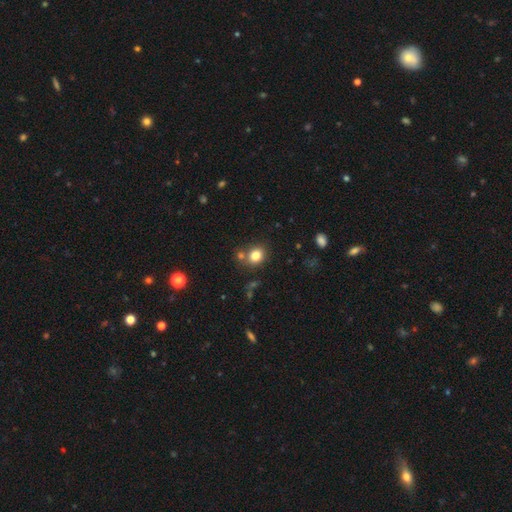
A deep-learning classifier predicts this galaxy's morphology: This is clearly a smooth galaxy (81%). How rounded: likely round (61%). Merging: likely none (69%).